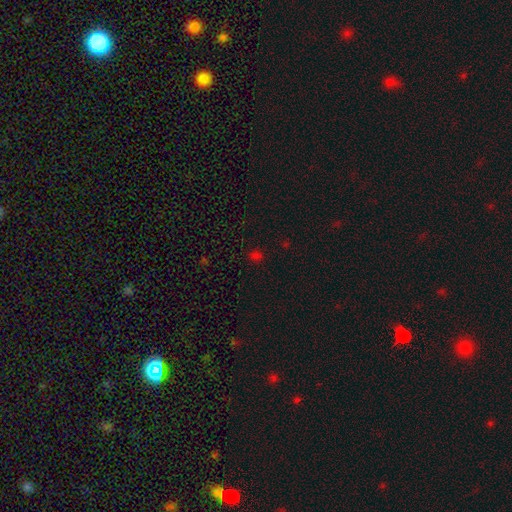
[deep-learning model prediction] smooth_or_featured: smooth (p=0.63) [alt: star or artifact p=0.33]
how_rounded: round (p=0.77) [alt: in between p=0.22]
merging: none (p=0.85) [alt: minor disturbance p=0.09]